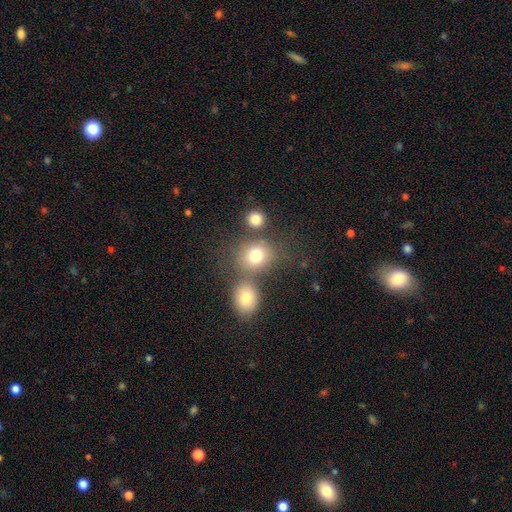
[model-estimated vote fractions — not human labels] This is likely a smooth galaxy (77%). How rounded: likely round (70%). Merging: possibly none (57%).